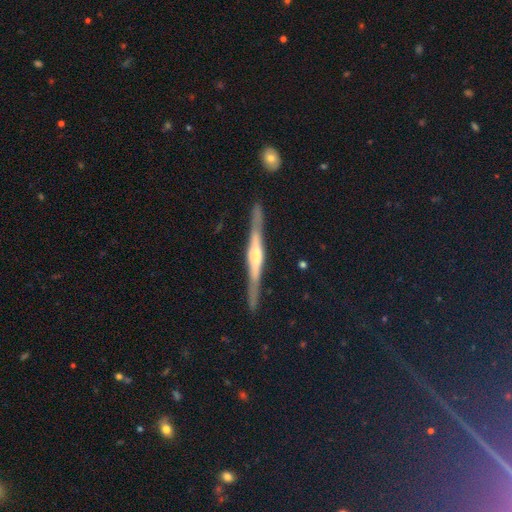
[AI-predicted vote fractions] The model was most divided on "edge-on bulge": rounded: 64%, boxy: 28%, none: 8%. More confident: edge-on disk — yes (98%); merging — none (89%); smooth or featured — featured or disk (80%).